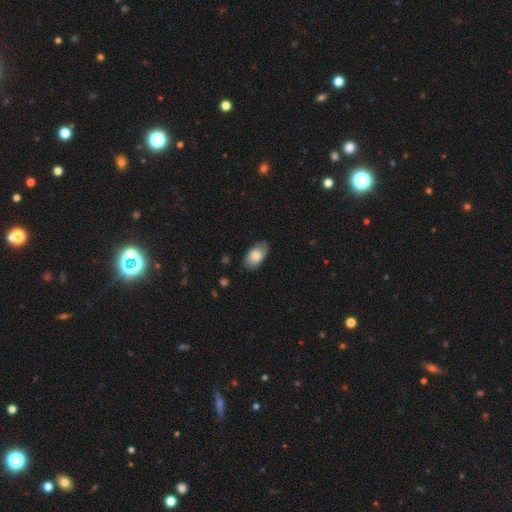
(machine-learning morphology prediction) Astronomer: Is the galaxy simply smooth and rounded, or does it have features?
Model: smooth — 77%.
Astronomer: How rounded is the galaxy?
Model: in between — 94%.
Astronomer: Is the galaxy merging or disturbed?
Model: none — 78%.